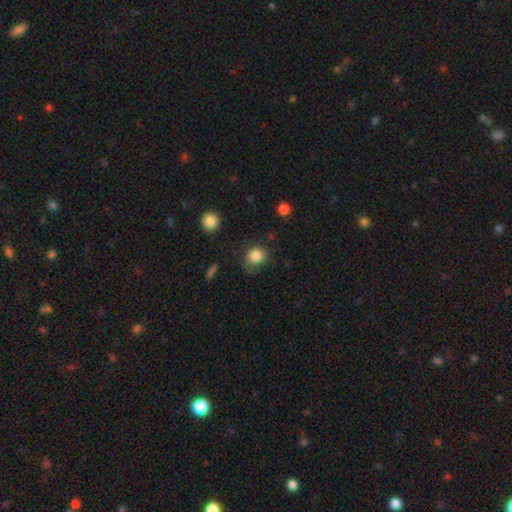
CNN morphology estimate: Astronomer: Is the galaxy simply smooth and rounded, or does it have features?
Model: smooth — 83%.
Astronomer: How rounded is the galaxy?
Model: round — 80%.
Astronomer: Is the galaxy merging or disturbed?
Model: none — 58%.